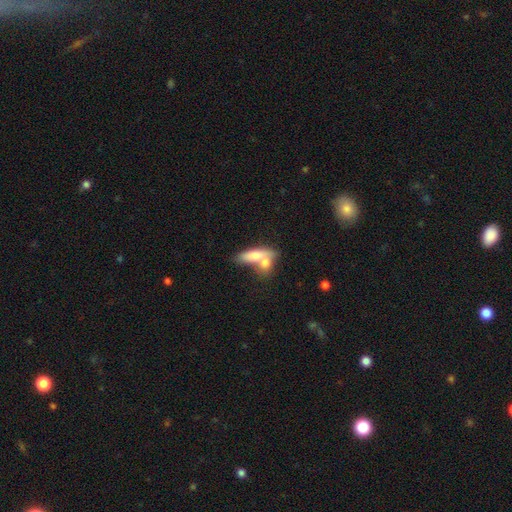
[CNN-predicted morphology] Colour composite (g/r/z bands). It shows a smooth galaxy with no disk features (68%) that is in between round and cigar-shaped (63%). Merging: merger (62%).